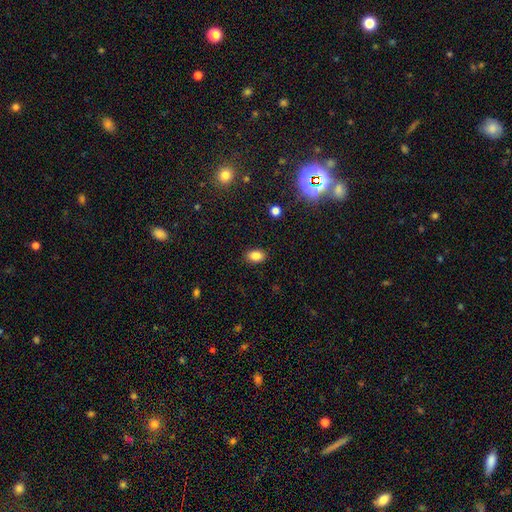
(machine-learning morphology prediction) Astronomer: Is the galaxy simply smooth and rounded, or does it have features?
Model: smooth — 85%.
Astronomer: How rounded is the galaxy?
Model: in between — 85%.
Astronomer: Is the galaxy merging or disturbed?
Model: none — 88%.